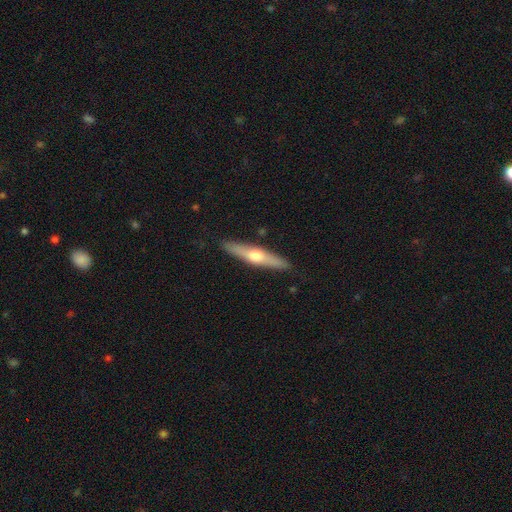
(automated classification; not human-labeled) A featured or disk galaxy (56%) viewed edge-on (92%) with a rounded central bulge (92%). Merging: none (89%).